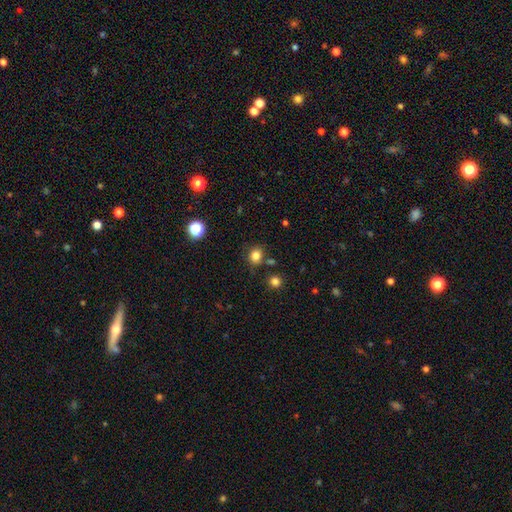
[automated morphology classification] Overall: smooth (81%). How rounded: round (76%). Merging: none (78%).